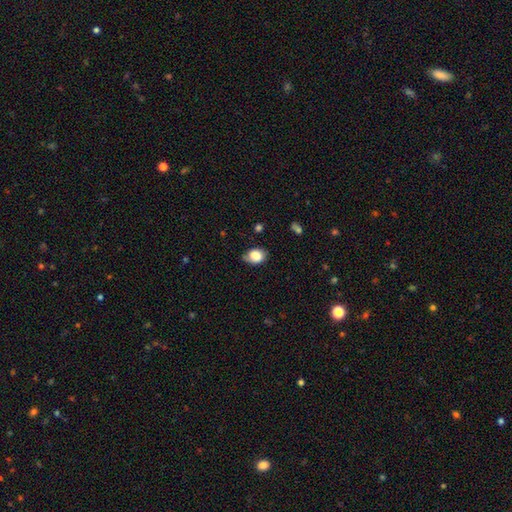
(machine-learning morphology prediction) Q: Smooth or featured?
A: smooth (81%); runner-up: featured or disk (11%)
Q: How rounded?
A: in between (69%); runner-up: round (30%)
Q: Merging?
A: none (53%); runner-up: minor disturbance (36%)